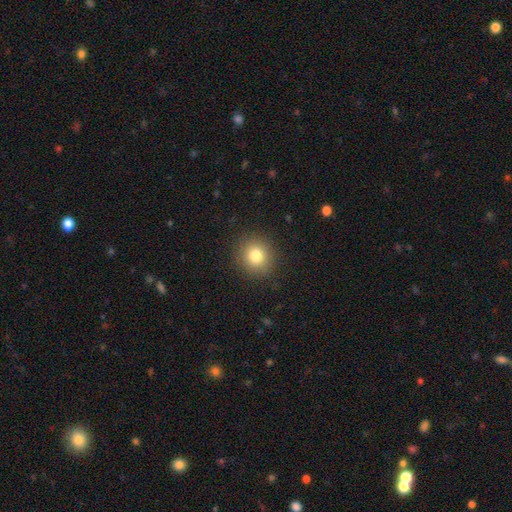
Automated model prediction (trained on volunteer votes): Smooth or featured: smooth — 81% (star or artifact — 11%)
How rounded: round — 90% (in between — 10%)
Merging: none — 90% (minor disturbance — 7%)